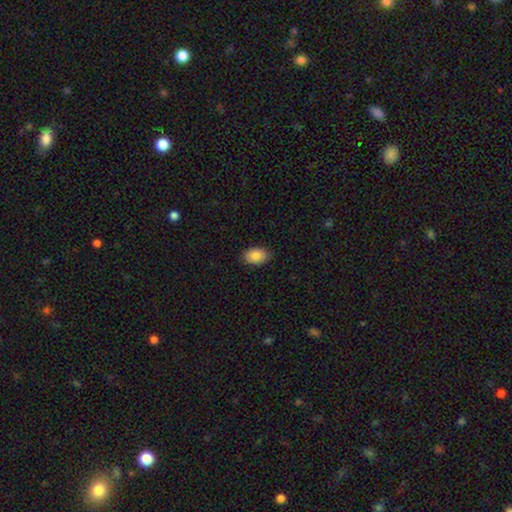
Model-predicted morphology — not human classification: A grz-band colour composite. It shows a smooth galaxy with no disk features (88%) that is in between round and cigar-shaped (89%). Merging: none (88%).